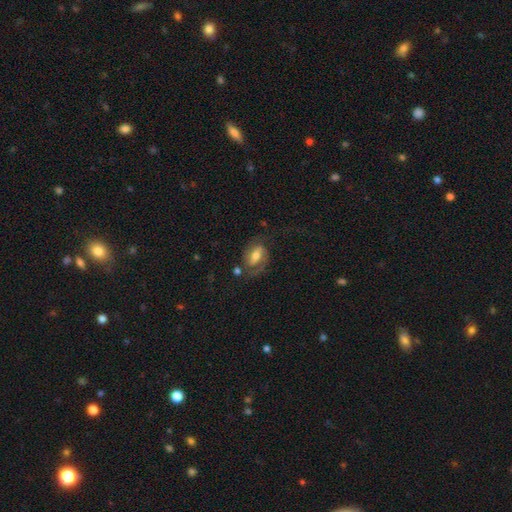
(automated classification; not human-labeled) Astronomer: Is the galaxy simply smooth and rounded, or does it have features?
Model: featured or disk — 66%.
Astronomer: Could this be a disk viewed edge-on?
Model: no — 95%.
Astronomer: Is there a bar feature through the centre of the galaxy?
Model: weak — 43% (runner-up: strong, 34%).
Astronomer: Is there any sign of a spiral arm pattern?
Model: yes — 89%.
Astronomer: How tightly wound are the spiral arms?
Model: medium — 48% (runner-up: loose, 28%).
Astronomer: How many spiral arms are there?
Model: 2 — 79%.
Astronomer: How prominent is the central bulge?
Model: moderate — 58%.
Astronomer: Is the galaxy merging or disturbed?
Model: none — 56%.